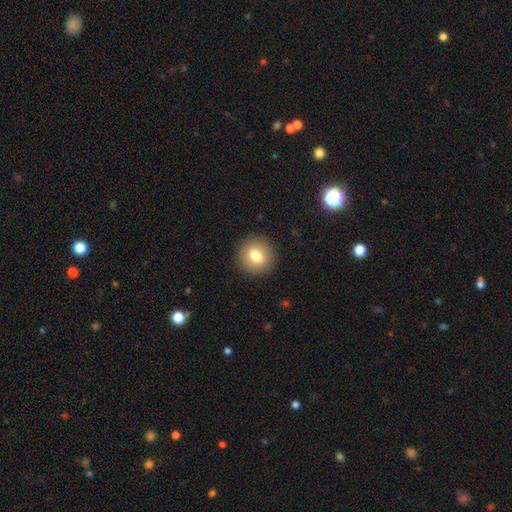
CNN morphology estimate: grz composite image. It shows a smooth galaxy with no disk features (77%) that is round (84%). Merging: none (90%).